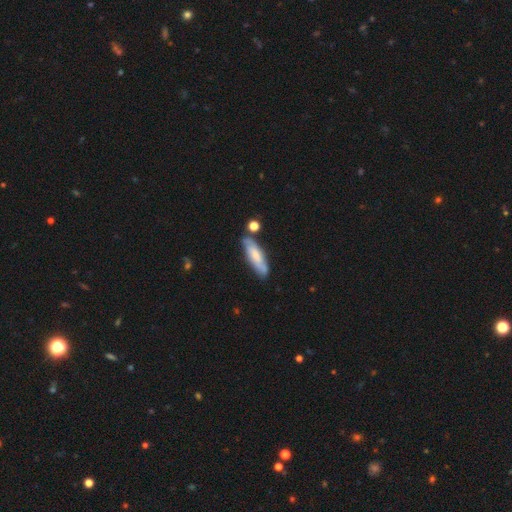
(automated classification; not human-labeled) A smooth galaxy with no disk features (52%) that is cigar-shaped (58%). Merging: none (70%).